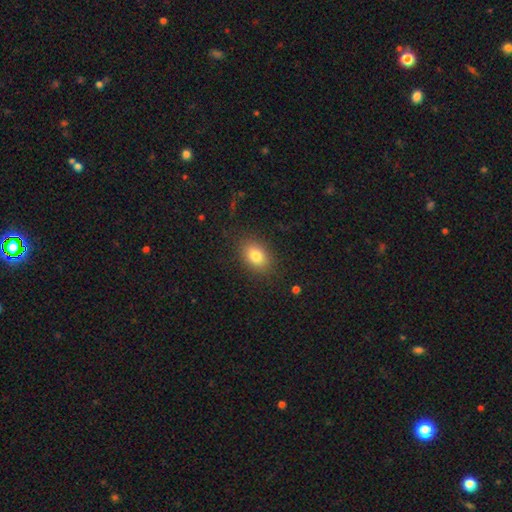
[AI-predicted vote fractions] This appears to be a smooth galaxy with no disk features (81%) that is in between round and cigar-shaped (75%). Merging: none (86%).